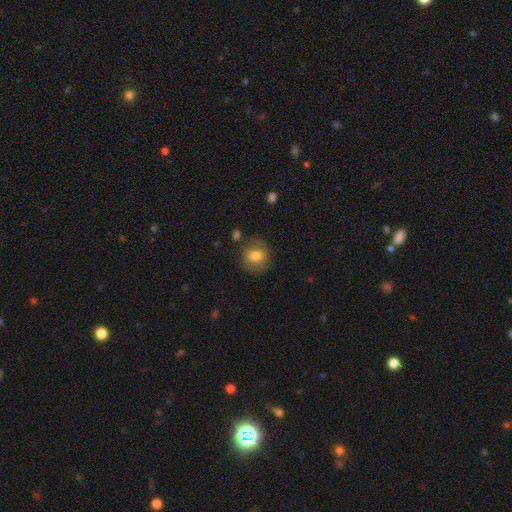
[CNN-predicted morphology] Smooth or featured? smooth (73%)
How rounded? round (79%)
Merging? none (80%)